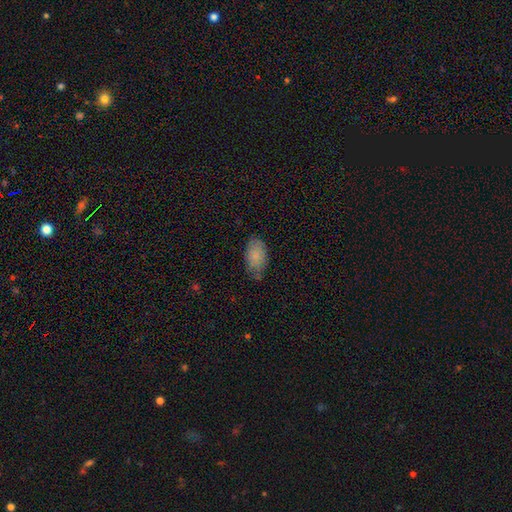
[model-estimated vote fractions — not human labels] Morphology: type=smooth (83%); roundness=in between (93%); merging=none (69%).